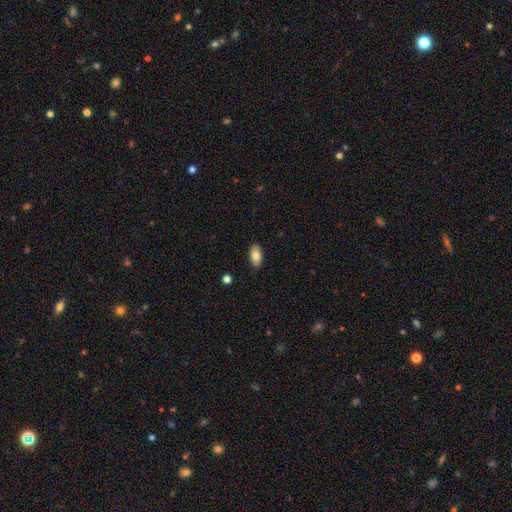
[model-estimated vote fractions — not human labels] This is likely a smooth galaxy (79%). How rounded: clearly in between (92%). Merging: clearly none (87%).